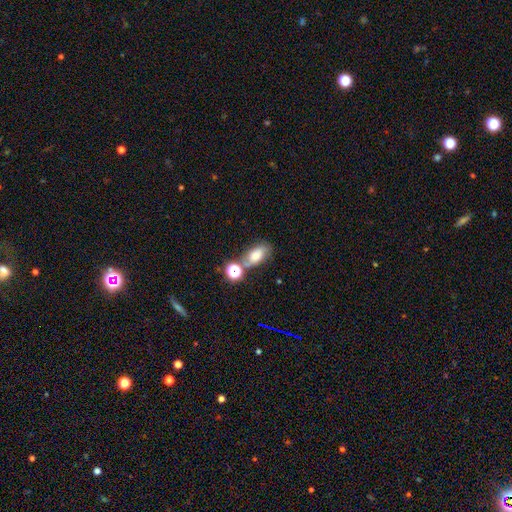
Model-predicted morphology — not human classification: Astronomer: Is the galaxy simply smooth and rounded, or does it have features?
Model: smooth — 61%.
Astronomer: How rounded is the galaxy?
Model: in between — 81%.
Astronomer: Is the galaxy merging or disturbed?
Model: none — 54%.